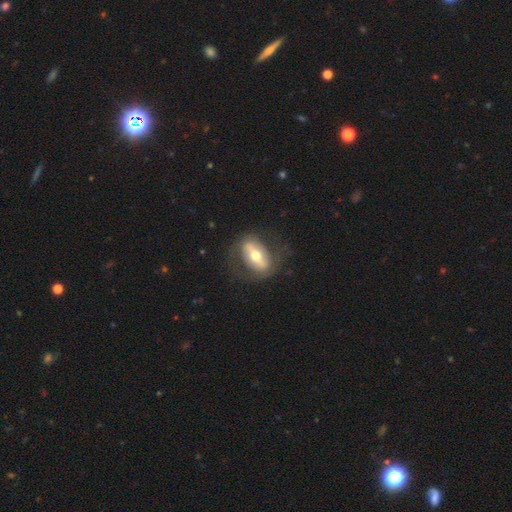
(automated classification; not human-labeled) smooth-or-featured: featured or disk: 62% | smooth: 32% | star or artifact: 6%
  disk-edge-on: no: 82% | yes: 18%
    bar: strong: 57% | no: 22% | weak: 21%
    has-spiral-arms: no: 59% | yes: 41%
    bulge-size: moderate: 69% | small: 17% | large: 11% | dominant: 1% | none: 1%
  merging: none: 69% | minor disturbance: 17% | major disturbance: 13% | merger: 1%